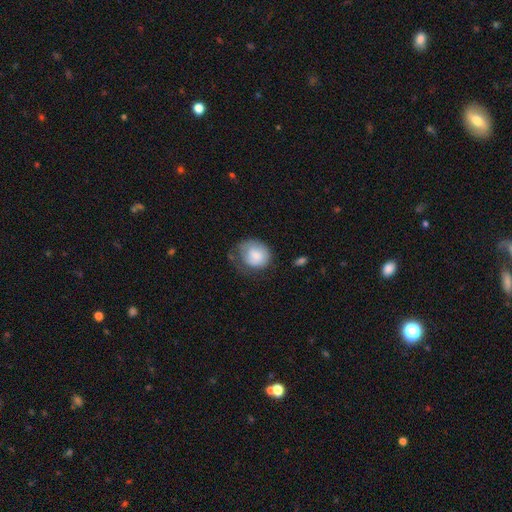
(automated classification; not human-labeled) Q: Smooth or featured?
A: smooth (78%); runner-up: featured or disk (15%)
Q: How rounded?
A: round (74%); runner-up: in between (26%)
Q: Merging?
A: none (42%); runner-up: minor disturbance (34%)